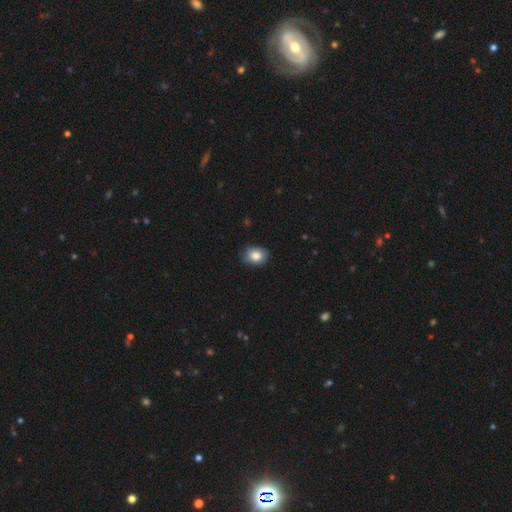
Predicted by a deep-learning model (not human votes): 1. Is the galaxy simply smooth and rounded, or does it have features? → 83% smooth, 8% featured or disk, 8% star or artifact.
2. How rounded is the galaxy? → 55% in between, 44% round, 1% cigar-shaped.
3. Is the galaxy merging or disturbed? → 78% none, 18% minor disturbance, 3% major disturbance, 1% merger.